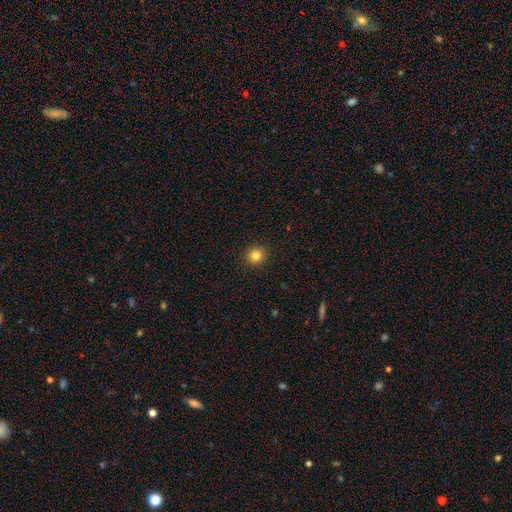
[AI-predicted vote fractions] The model was most divided on "smooth or featured": smooth: 83%, star or artifact: 12%, featured or disk: 5%. More confident: merging — none (92%); how rounded — round (91%).